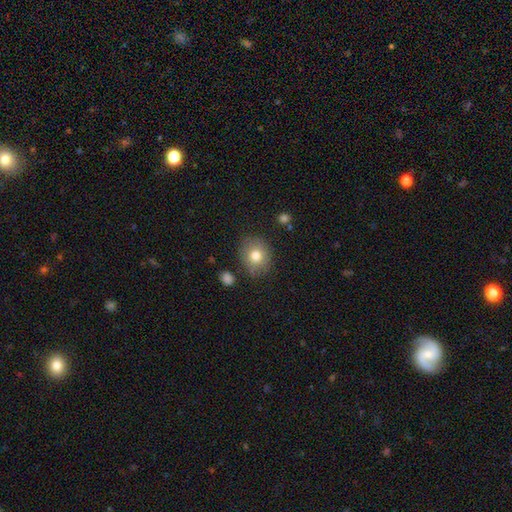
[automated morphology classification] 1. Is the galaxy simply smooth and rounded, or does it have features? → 77% smooth, 13% featured or disk, 9% star or artifact.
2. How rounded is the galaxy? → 64% round, 35% in between, 1% cigar-shaped.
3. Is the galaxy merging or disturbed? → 82% none, 12% minor disturbance, 3% major disturbance, 3% merger.